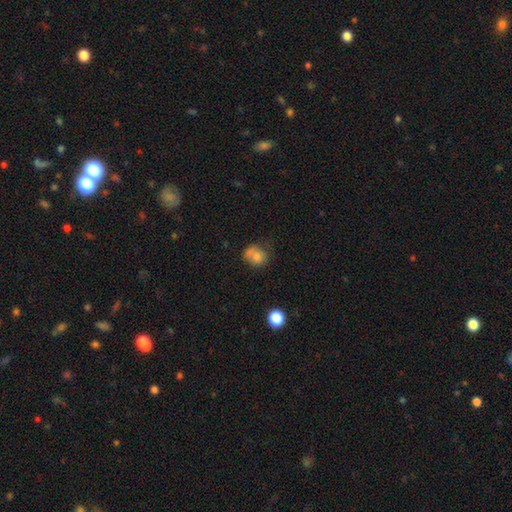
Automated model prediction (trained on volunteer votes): Smooth or featured? smooth (73%)
How rounded? round (64%)
Merging? none (39%)